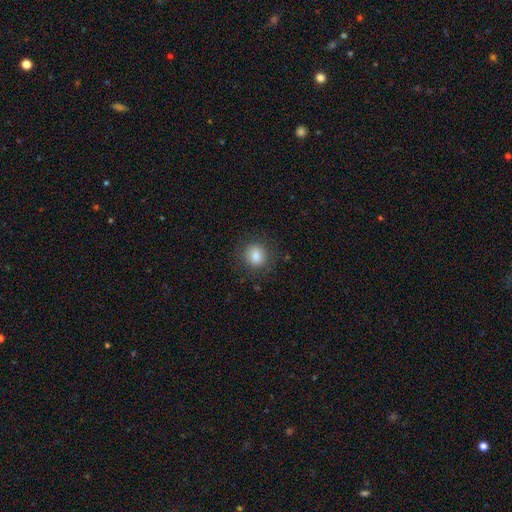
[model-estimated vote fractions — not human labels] Smooth or featured? smooth (84%)
How rounded? round (77%)
Merging? none (85%)